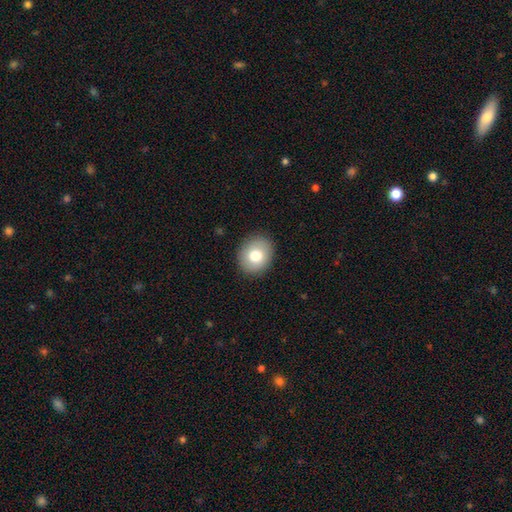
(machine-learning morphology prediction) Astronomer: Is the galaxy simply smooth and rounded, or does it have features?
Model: smooth — 76%.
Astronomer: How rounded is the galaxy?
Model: round — 61% (runner-up: in between, 38%).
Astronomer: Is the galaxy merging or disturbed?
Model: none — 89%.